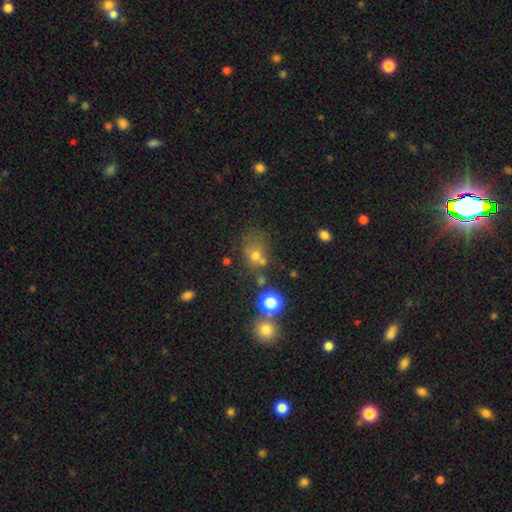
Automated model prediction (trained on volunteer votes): Q: Smooth or featured?
A: smooth (63%); runner-up: star or artifact (21%)
Q: How rounded?
A: round (62%); runner-up: in between (37%)
Q: Merging?
A: none (46%); runner-up: merger (28%)